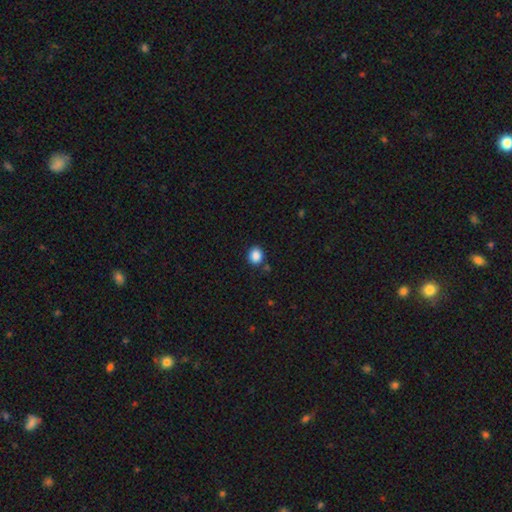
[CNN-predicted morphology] smooth-or-featured: smooth: 87% | star or artifact: 10% | featured or disk: 3%
  how-rounded: round: 71% | in between: 28% | cigar-shaped: 1%
  merging: none: 84% | minor disturbance: 9% | merger: 4% | major disturbance: 3%